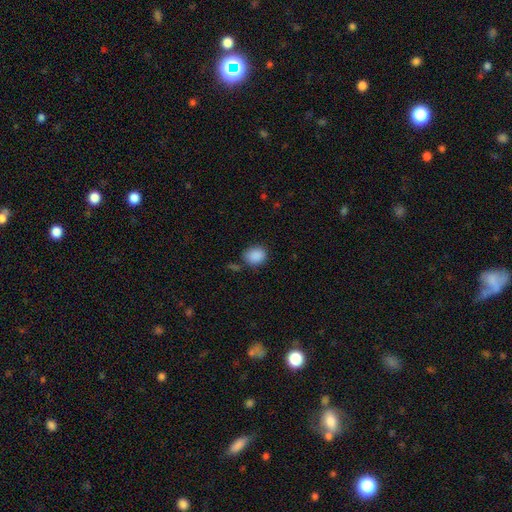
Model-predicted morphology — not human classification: Smooth or featured? smooth (89%)
How rounded? round (63%)
Merging? none (74%)